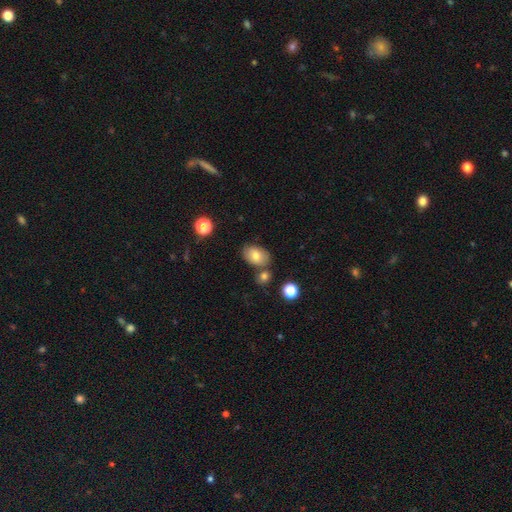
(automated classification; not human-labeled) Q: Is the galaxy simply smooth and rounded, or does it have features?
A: smooth — 78%.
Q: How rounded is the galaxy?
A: in between — 83%.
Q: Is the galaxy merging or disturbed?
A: none — 69%.